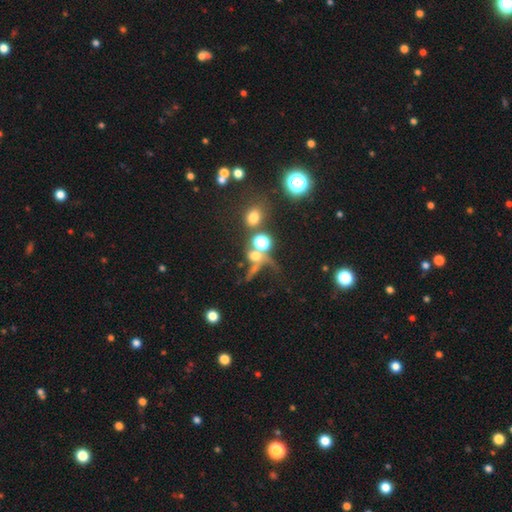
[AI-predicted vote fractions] Morphology: type=smooth (42%); merging=merger (34%).